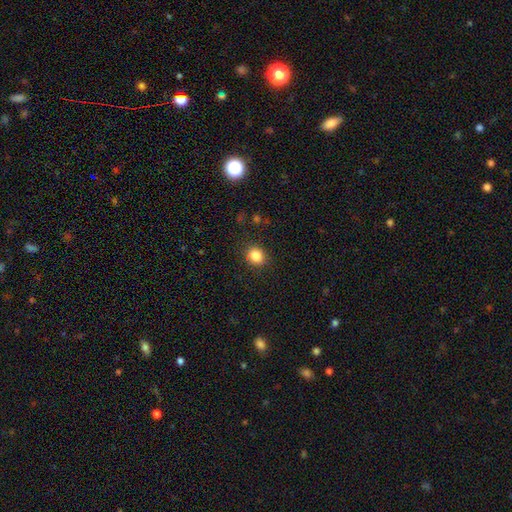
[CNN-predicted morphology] Smooth or featured: smooth — 85% (star or artifact — 11%)
How rounded: round — 70% (in between — 29%)
Merging: none — 87% (minor disturbance — 9%)